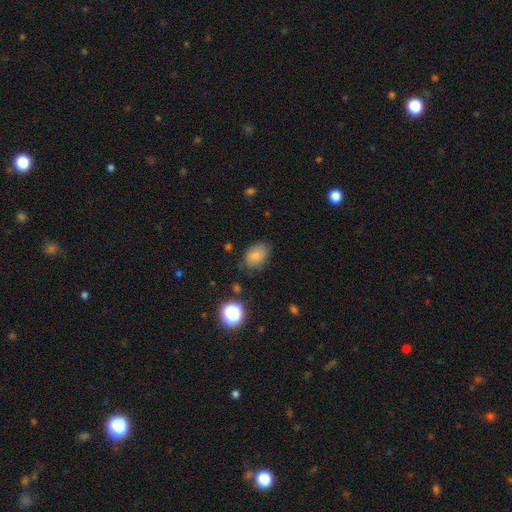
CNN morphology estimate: A smooth galaxy with no disk features (77%) that is in between round and cigar-shaped (74%).

Vote fractions:
- Smooth or featured? smooth: 77% / star or artifact: 12% / featured or disk: 11%
- How rounded? in between: 74% / round: 25% / cigar-shaped: 1%
- Merging? none: 72% / minor disturbance: 21% / major disturbance: 6% / merger: 2%